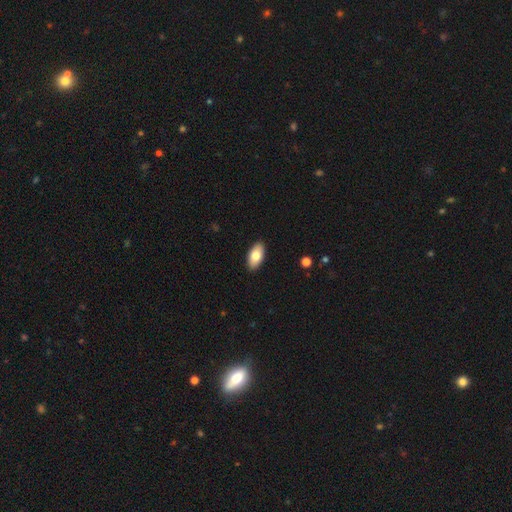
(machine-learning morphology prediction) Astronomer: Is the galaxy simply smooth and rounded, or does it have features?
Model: smooth — 80%.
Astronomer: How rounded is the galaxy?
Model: in between — 93%.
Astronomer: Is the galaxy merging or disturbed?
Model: none — 90%.